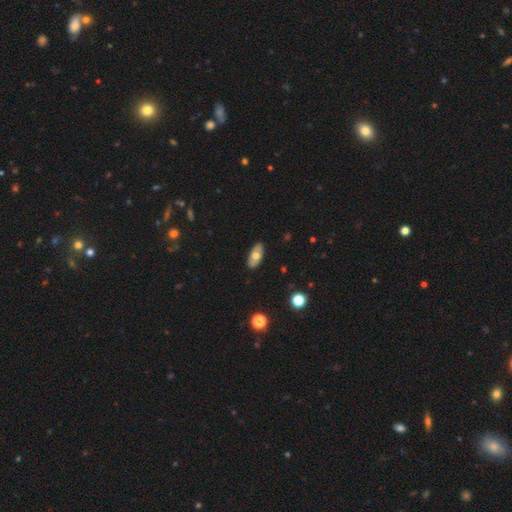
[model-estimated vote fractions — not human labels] smooth 56%, featured or disk 37%, star or artifact 6%. Down the decision tree: how rounded — in between (90%); merging — none (87%).